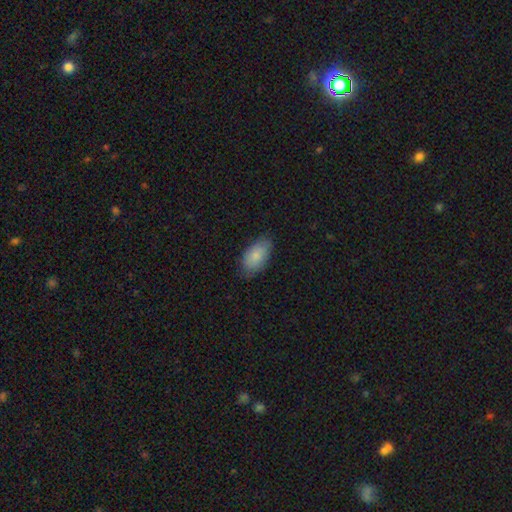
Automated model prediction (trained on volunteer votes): This appears to be a smooth galaxy with no disk features (82%) that is in between round and cigar-shaped (94%). Merging: none (78%).